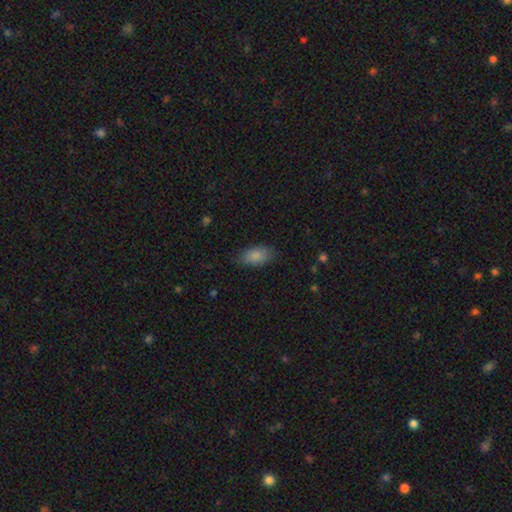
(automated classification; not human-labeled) Overall: smooth (86%). How rounded: in between (92%). Merging: none (77%).